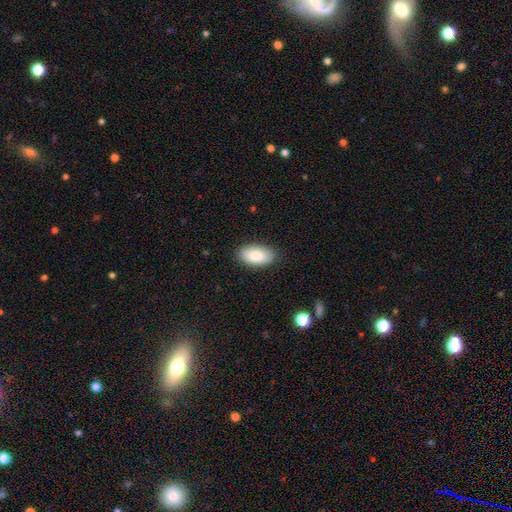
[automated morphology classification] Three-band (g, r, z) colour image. It shows a smooth galaxy with no disk features (84%) that is in between round and cigar-shaped (94%). Merging: none (87%).